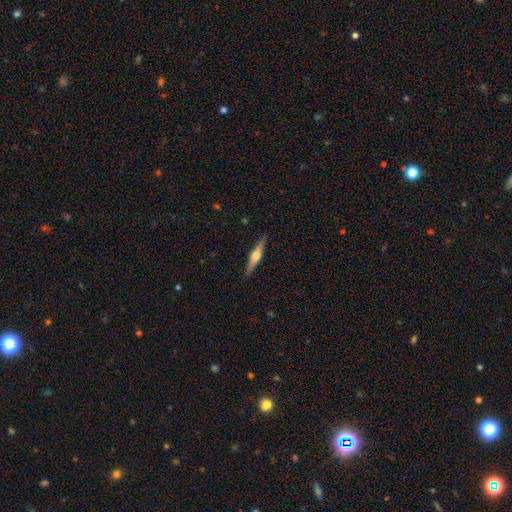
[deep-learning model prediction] The model was most divided on "smooth or featured": featured or disk: 67%, smooth: 28%, star or artifact: 5%. More confident: edge-on disk — yes (97%); edge-on bulge — rounded (91%); merging — none (90%).